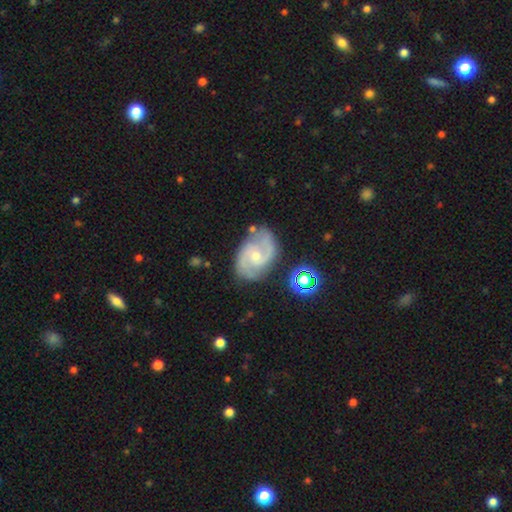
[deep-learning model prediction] A featured or disk galaxy (85%) with no bar (52%), 2 (89%) medium (57%) spiral arms (97%) and a small central bulge (55%). Merging: none (73%).